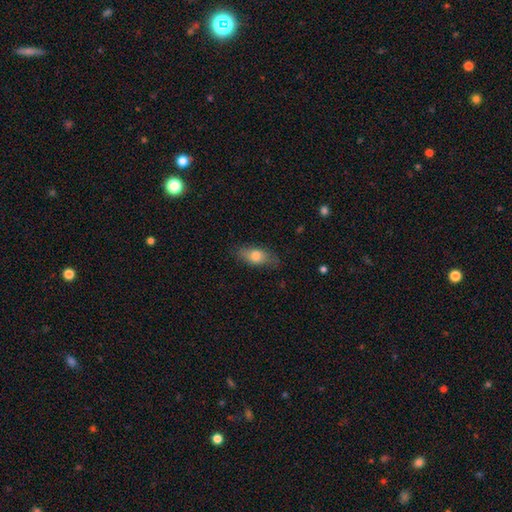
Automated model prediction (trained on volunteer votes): Smooth or featured: smooth — 76% (featured or disk — 17%)
How rounded: in between — 83% (cigar-shaped — 12%)
Merging: none — 77% (minor disturbance — 17%)